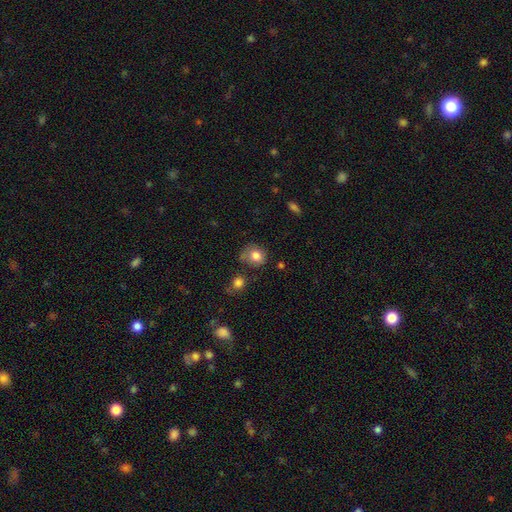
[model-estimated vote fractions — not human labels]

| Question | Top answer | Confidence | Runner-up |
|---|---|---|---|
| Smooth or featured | smooth | 80% | featured or disk (10%) |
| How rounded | round | 69% | in between (31%) |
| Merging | none | 59% | minor disturbance (26%) |